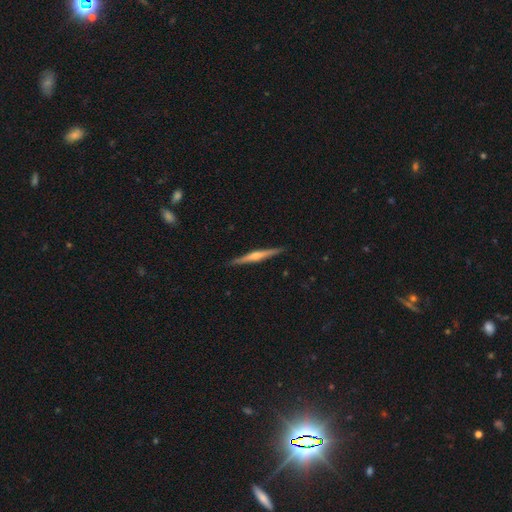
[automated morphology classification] type=featured or disk (73%); edge-on=yes (98%); edge-on bulge=rounded (83%); merging=none (91%).